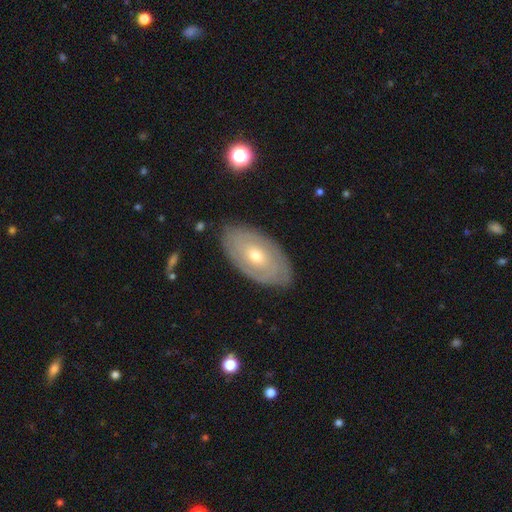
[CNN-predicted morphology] type=featured or disk (65%); edge-on=no (90%); bar=no (76%); spiral arms=yes (57%); bulge=small (50%); merging=none (83%).